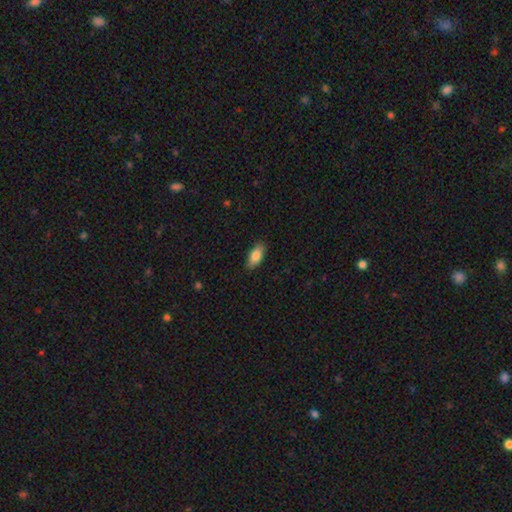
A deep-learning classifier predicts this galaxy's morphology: A smooth galaxy with no disk features (83%) that is in between round and cigar-shaped (86%).

Vote fractions:
- Smooth or featured? smooth: 83% / featured or disk: 11% / star or artifact: 7%
- How rounded? in between: 86% / cigar-shaped: 12% / round: 3%
- Merging? none: 87% / minor disturbance: 10% / major disturbance: 2% / merger: 1%